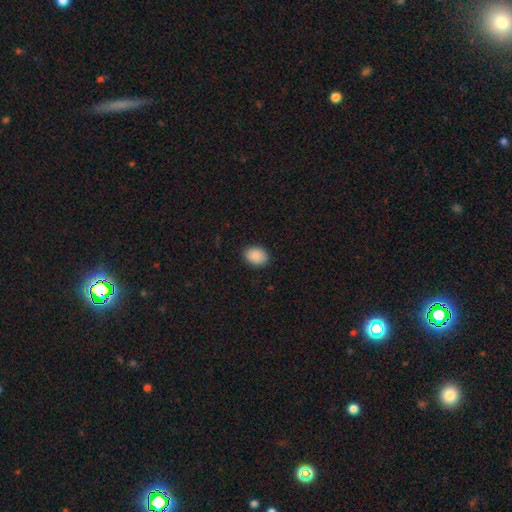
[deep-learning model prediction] Q: Smooth or featured?
A: smooth (88%); runner-up: star or artifact (7%)
Q: How rounded?
A: in between (66%); runner-up: round (33%)
Q: Merging?
A: none (89%); runner-up: minor disturbance (9%)